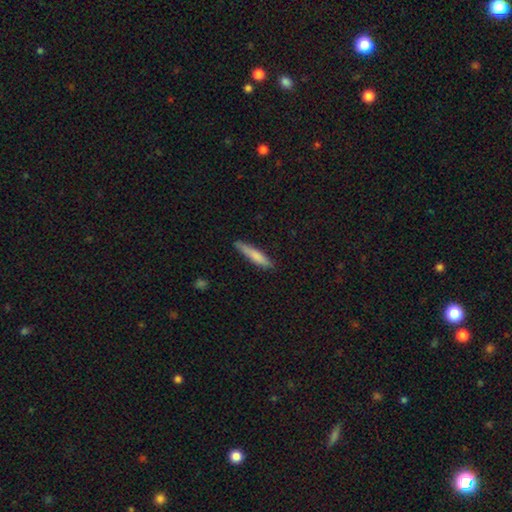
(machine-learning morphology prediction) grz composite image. It shows a smooth galaxy with no disk features (77%) that is cigar-shaped (88%). Merging: none (81%).